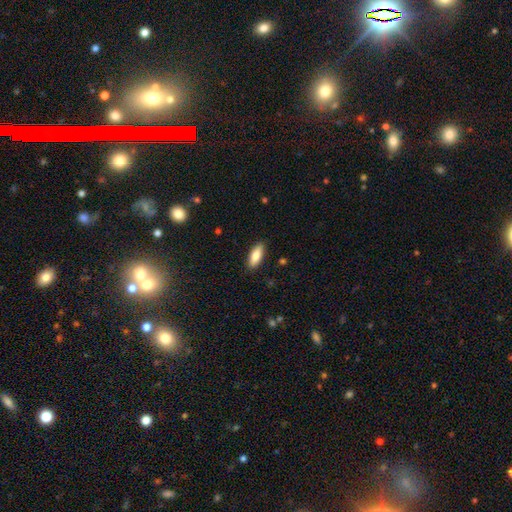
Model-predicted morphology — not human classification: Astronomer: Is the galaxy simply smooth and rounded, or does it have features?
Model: smooth — 84%.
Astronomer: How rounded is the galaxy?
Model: in between — 74%.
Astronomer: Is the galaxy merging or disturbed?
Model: none — 88%.